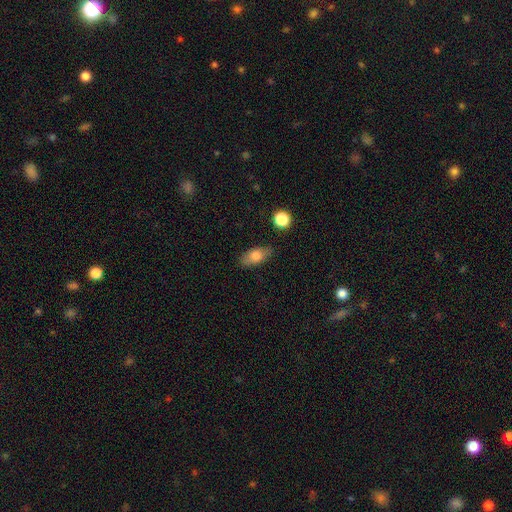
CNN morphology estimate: Smooth or featured? smooth (76%)
How rounded? in between (85%)
Merging? none (79%)